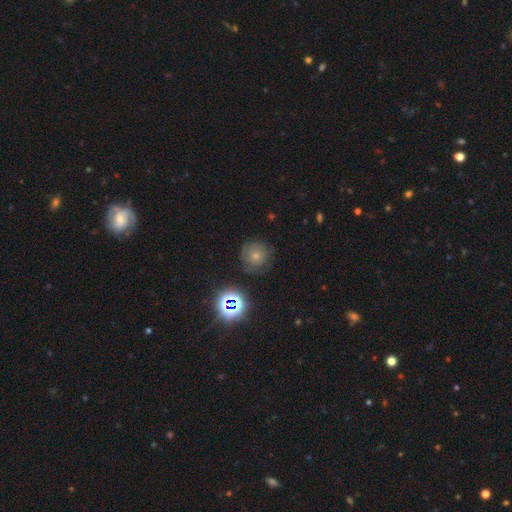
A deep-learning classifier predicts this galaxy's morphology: Smooth or featured: smooth — 60% (star or artifact — 21%)
How rounded: round — 93% (in between — 6%)
Merging: none — 76% (minor disturbance — 16%)